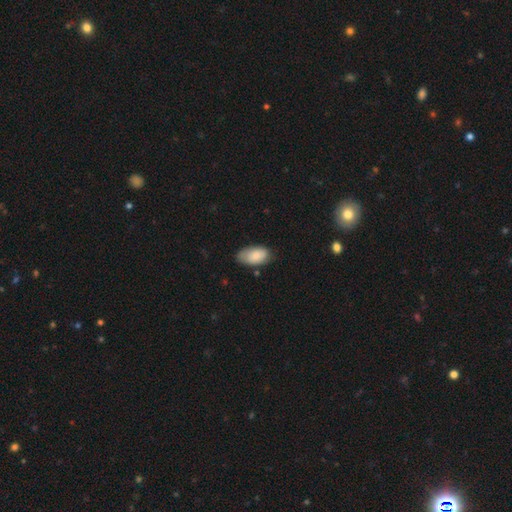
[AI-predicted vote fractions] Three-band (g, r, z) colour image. It shows a smooth galaxy with no disk features (81%) that is in between round and cigar-shaped (94%). Merging: none (66%).